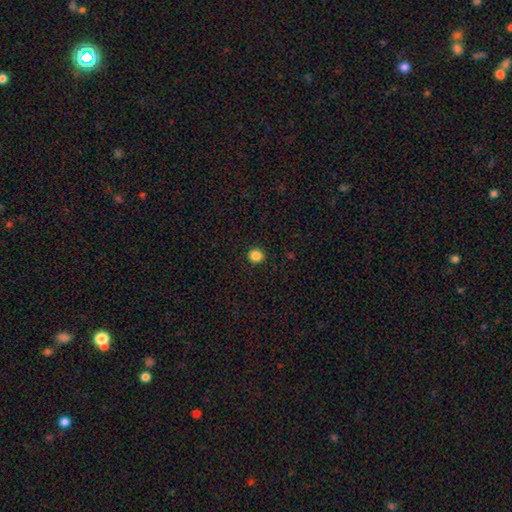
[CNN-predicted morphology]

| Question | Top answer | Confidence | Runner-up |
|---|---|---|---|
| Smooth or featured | smooth | 86% | star or artifact (11%) |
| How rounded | round | 89% | in between (10%) |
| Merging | none | 92% | minor disturbance (5%) |